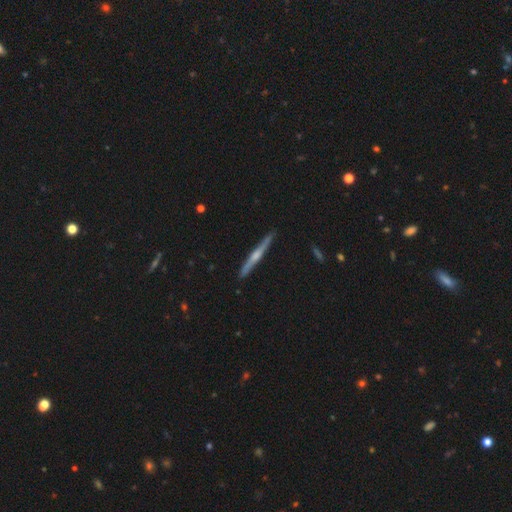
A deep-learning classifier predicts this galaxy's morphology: Q: Smooth or featured?
A: featured or disk (70%); runner-up: smooth (25%)
Q: Edge-on disk?
A: yes (98%); runner-up: no (2%)
Q: Edge-on bulge?
A: rounded (71%); runner-up: none (19%)
Q: Merging?
A: none (89%); runner-up: minor disturbance (8%)